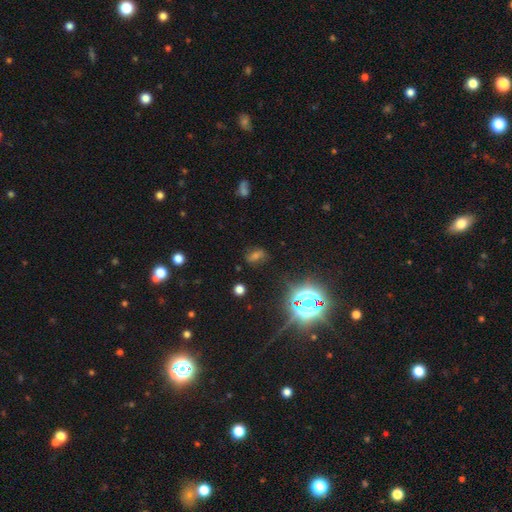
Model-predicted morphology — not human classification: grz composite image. It shows a star or artifact, not a galaxy (48%).